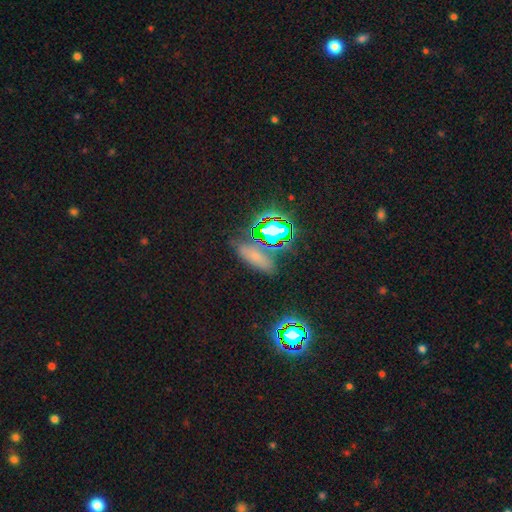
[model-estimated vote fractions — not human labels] Smooth or featured? smooth (49%)
Merging? none (77%)